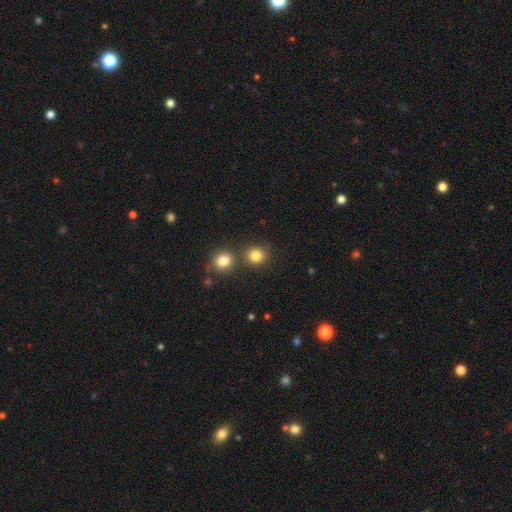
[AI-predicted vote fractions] Q: Smooth or featured?
A: smooth (82%); runner-up: star or artifact (12%)
Q: How rounded?
A: round (88%); runner-up: in between (11%)
Q: Merging?
A: none (71%); runner-up: merger (18%)